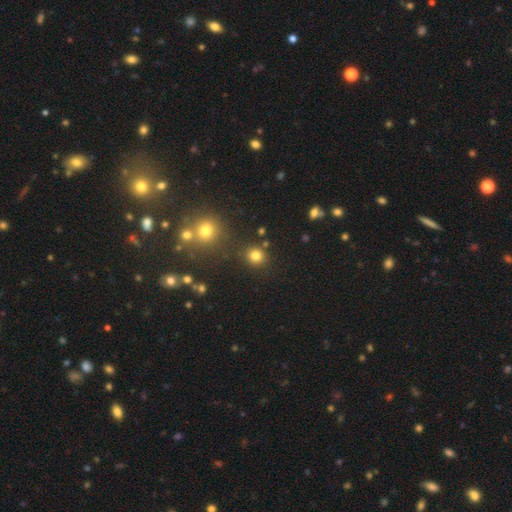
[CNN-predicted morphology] smooth_or_featured: smooth (p=0.79) [alt: star or artifact p=0.16]
how_rounded: round (p=0.90) [alt: in between p=0.09]
merging: none (p=0.85) [alt: minor disturbance p=0.07]